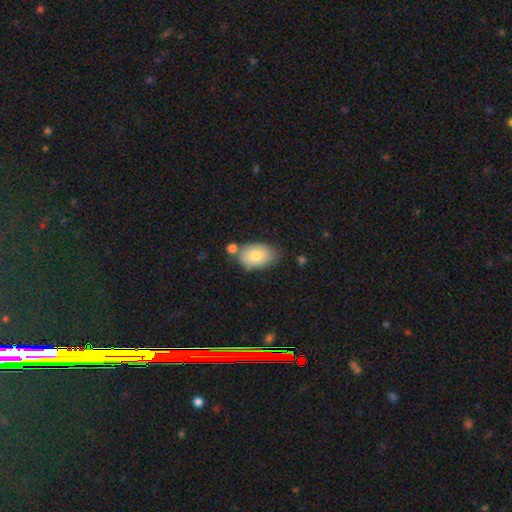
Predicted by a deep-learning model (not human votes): Smooth or featured? smooth (78%)
How rounded? in between (87%)
Merging? none (61%)